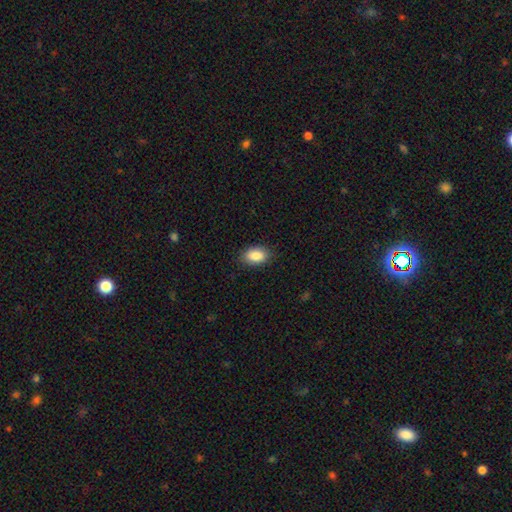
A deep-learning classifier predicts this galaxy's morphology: Smooth or featured? smooth (88%)
How rounded? in between (91%)
Merging? none (86%)